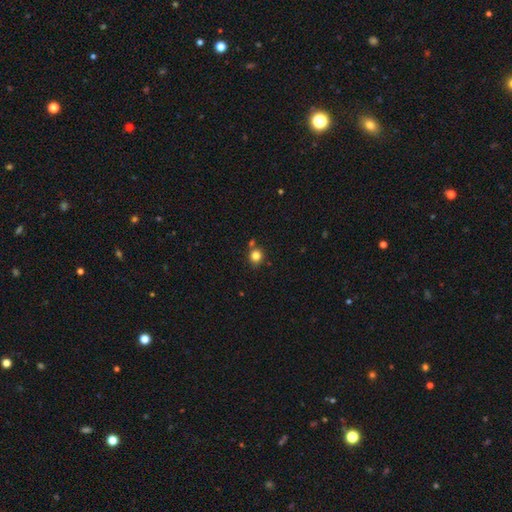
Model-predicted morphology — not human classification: This is clearly a smooth galaxy (81%). How rounded: clearly round (84%). Merging: likely none (75%).